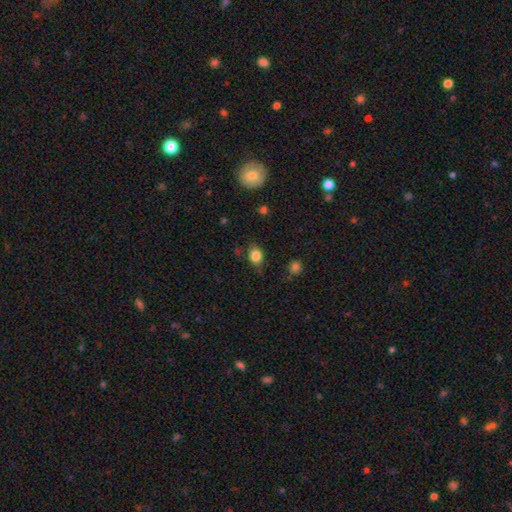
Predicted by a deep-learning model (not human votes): smooth-or-featured: smooth: 83% | star or artifact: 10% | featured or disk: 6%
  how-rounded: in between: 64% | round: 34% | cigar-shaped: 2%
  merging: none: 73% | minor disturbance: 20% | major disturbance: 5% | merger: 2%